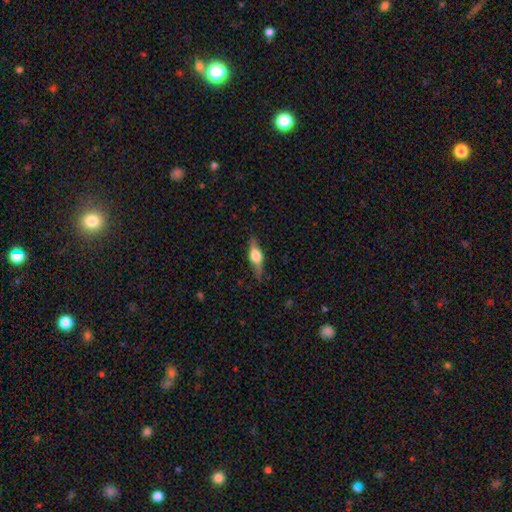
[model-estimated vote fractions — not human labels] A featured or disk galaxy (60%) viewed edge-on (94%) with a rounded central bulge (92%).

Vote fractions:
- Smooth or featured? featured or disk: 60% / smooth: 34% / star or artifact: 6%
- Edge-on disk? yes: 94% / no: 6%
- Edge-on bulge? rounded: 92% / boxy: 6% / none: 2%
- Merging? none: 82% / minor disturbance: 14% / major disturbance: 3% / merger: 1%